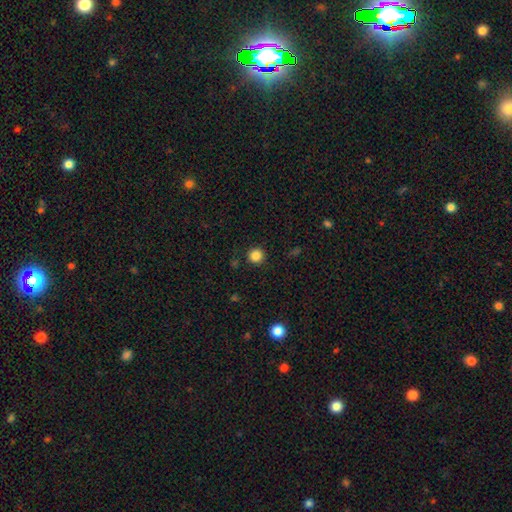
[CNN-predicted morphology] type=smooth (85%); roundness=round (95%); merging=none (91%).